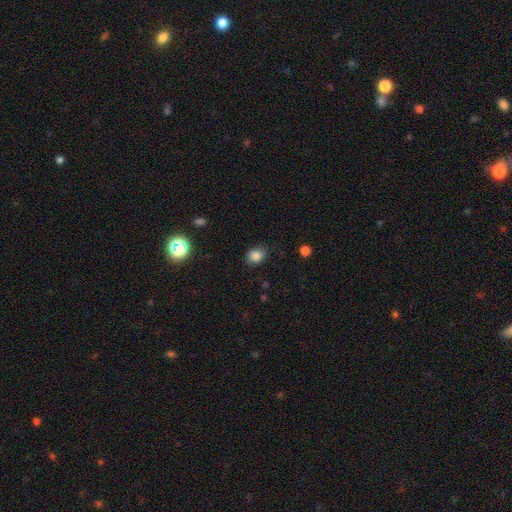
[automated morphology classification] Smooth or featured: smooth — 83% (star or artifact — 11%)
How rounded: in between — 53% (round — 46%)
Merging: none — 78% (minor disturbance — 17%)